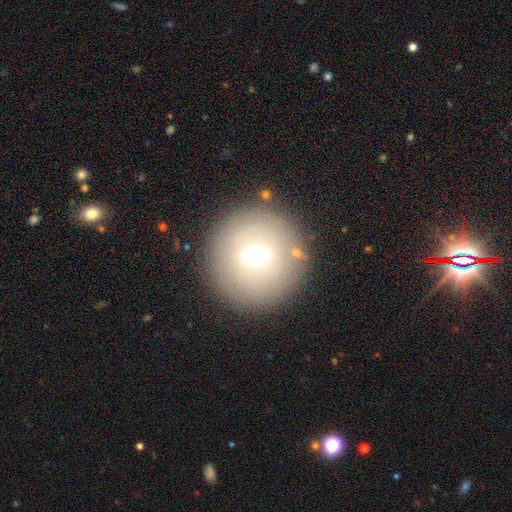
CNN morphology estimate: A smooth galaxy with no disk features (54%) that is round (91%). Merging: none (83%).